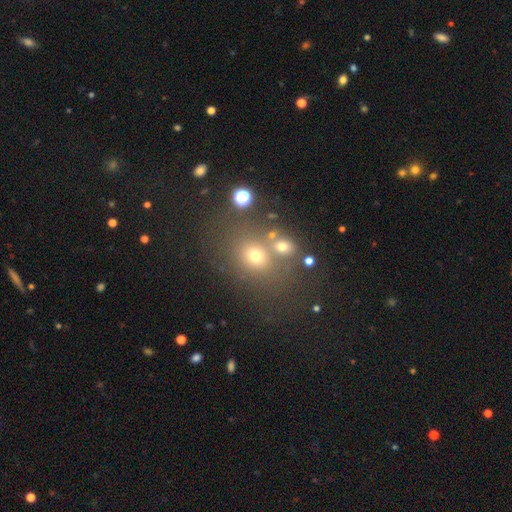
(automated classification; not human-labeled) Q: Smooth or featured?
A: smooth (61%); runner-up: star or artifact (24%)
Q: How rounded?
A: round (58%); runner-up: in between (41%)
Q: Merging?
A: none (59%); runner-up: merger (23%)